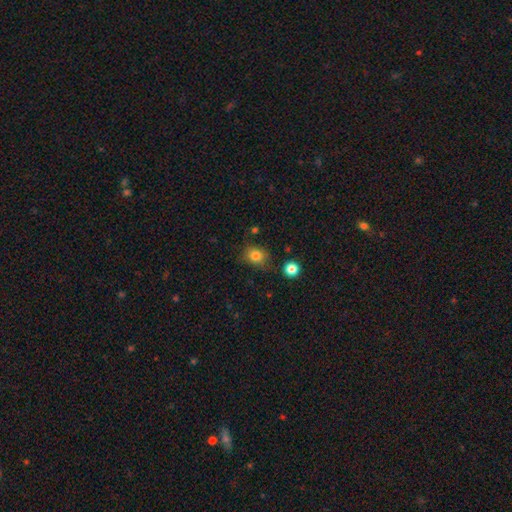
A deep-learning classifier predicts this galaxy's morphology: Smooth or featured?
  - smooth: 82% *
  - star or artifact: 11%
  - featured or disk: 6%
How rounded?
  - round: 61% *
  - in between: 38%
  - cigar-shaped: 1%
Merging?
  - none: 77% *
  - minor disturbance: 16%
  - major disturbance: 4%
  - merger: 3%